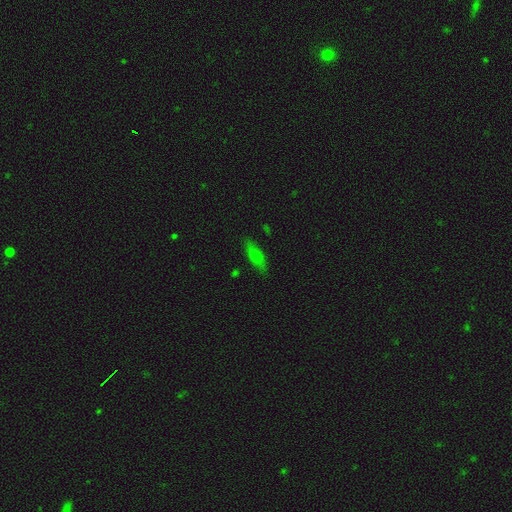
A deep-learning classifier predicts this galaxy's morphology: This is likely a smooth galaxy (60%). How rounded: possibly in between (57%). Merging: clearly none (83%).